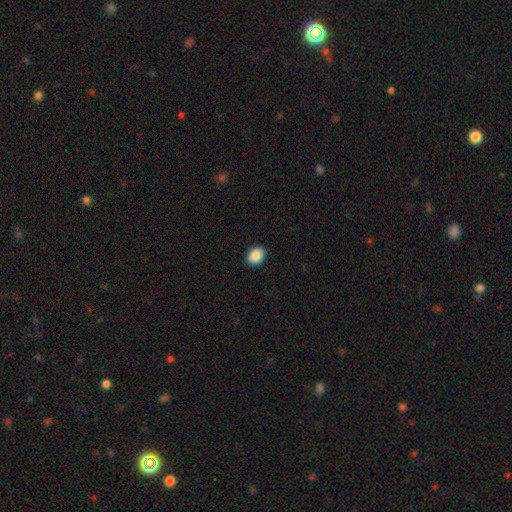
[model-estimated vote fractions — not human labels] This is clearly a smooth galaxy (89%). How rounded: likely in between (68%). Merging: clearly none (90%).